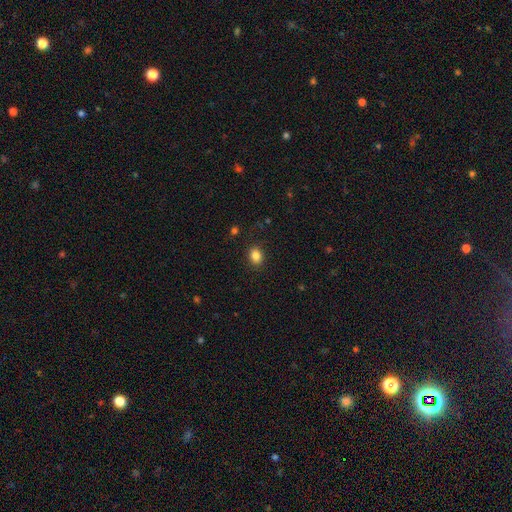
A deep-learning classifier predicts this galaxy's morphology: Smooth or featured: smooth — 85% (star or artifact — 10%)
How rounded: in between — 55% (round — 44%)
Merging: none — 86% (minor disturbance — 9%)